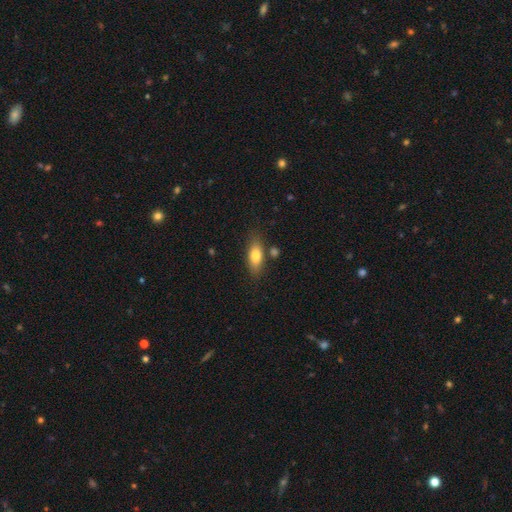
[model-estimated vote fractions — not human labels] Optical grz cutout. It shows a smooth galaxy with no disk features (76%) that is in between round and cigar-shaped (77%). Merging: none (76%).